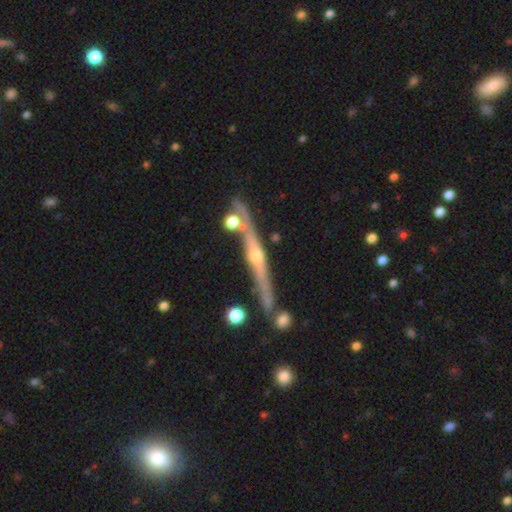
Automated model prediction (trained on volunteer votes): smooth-or-featured: featured or disk: 80% | smooth: 13% | star or artifact: 7%
  disk-edge-on: yes: 97% | no: 3%
    edge-on-bulge: rounded: 84% | none: 12% | boxy: 4%
  merging: none: 78% | minor disturbance: 11% | merger: 8% | major disturbance: 3%